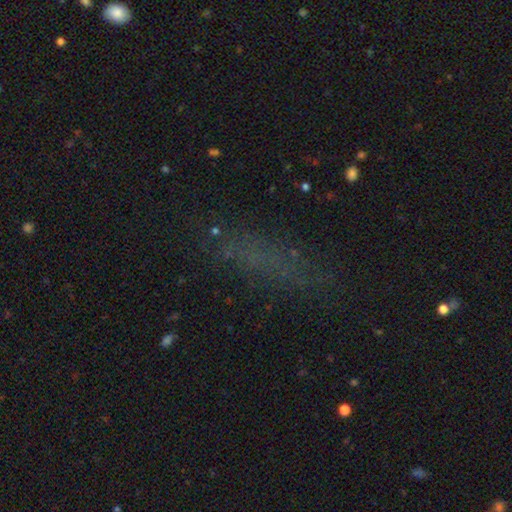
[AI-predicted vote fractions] smooth 45%, star or artifact 35%, featured or disk 20%. Down the decision tree: merging — none (67%).